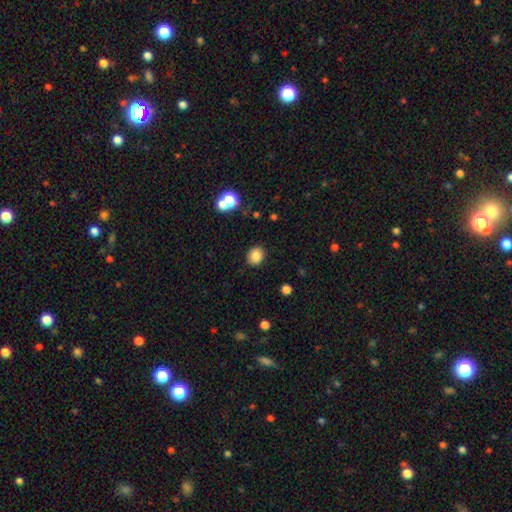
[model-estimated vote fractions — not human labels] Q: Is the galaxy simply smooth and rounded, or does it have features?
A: smooth — 84%.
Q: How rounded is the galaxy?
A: round — 73%.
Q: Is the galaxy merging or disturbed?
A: none — 88%.